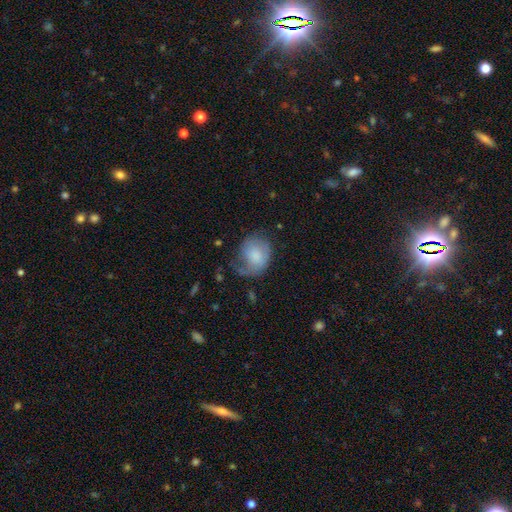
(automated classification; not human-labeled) smooth-or-featured: smooth: 66% | featured or disk: 27% | star or artifact: 8%
  how-rounded: round: 52% | in between: 47% | cigar-shaped: 1%
  merging: none: 37% | minor disturbance: 32% | major disturbance: 30% | merger: 2%